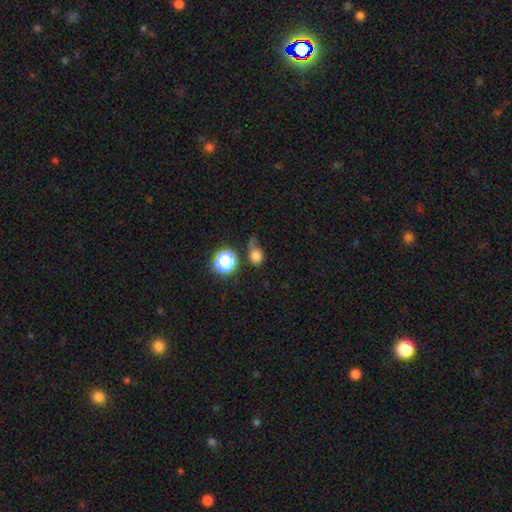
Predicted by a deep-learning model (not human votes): Morphology: type=smooth (75%); roundness=round (67%); merging=none (40%).